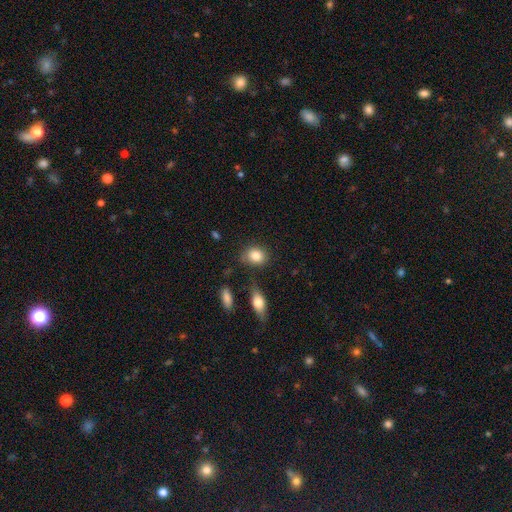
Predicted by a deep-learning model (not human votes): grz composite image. It shows a smooth galaxy with no disk features (85%) that is round (50%). Merging: none (75%).